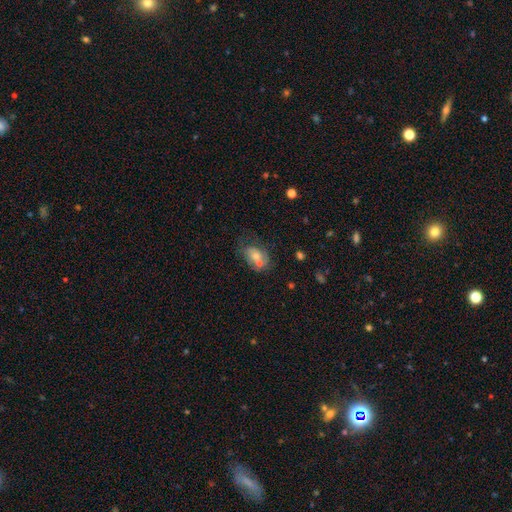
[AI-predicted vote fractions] This appears to be a smooth galaxy with no disk features (51%) that is in between round and cigar-shaped (75%). Merging: none (38%).